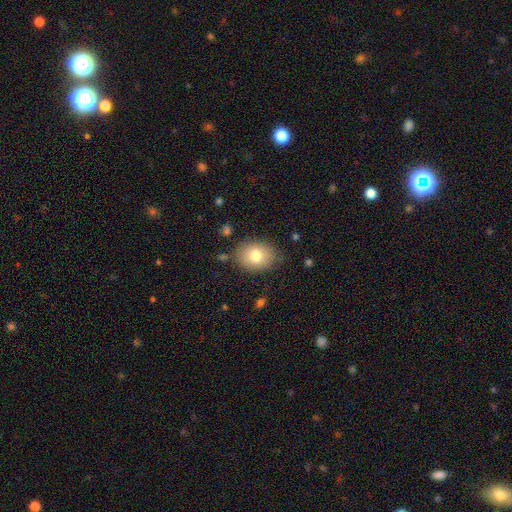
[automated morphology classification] Smooth or featured? smooth (77%)
How rounded? in between (59%)
Merging? none (82%)